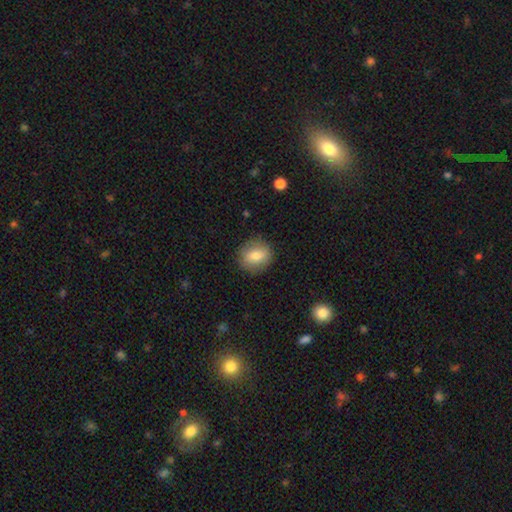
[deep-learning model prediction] Smooth or featured? Predicted: smooth (p=0.77). How rounded? Predicted: round (p=0.69). Merging? Predicted: none (p=0.86).